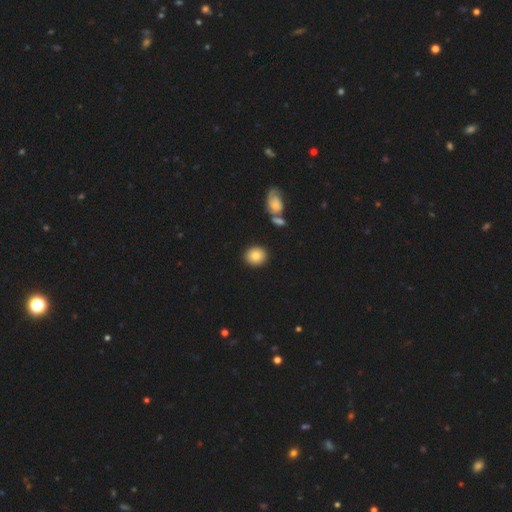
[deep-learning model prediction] Morphology: type=smooth (82%); roundness=round (78%); merging=none (87%).